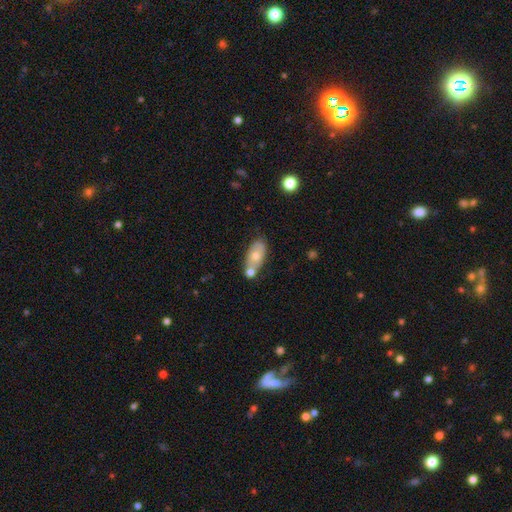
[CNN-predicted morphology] Q: Smooth or featured?
A: smooth (64%); runner-up: featured or disk (29%)
Q: How rounded?
A: in between (87%); runner-up: cigar-shaped (8%)
Q: Merging?
A: none (47%); runner-up: merger (32%)